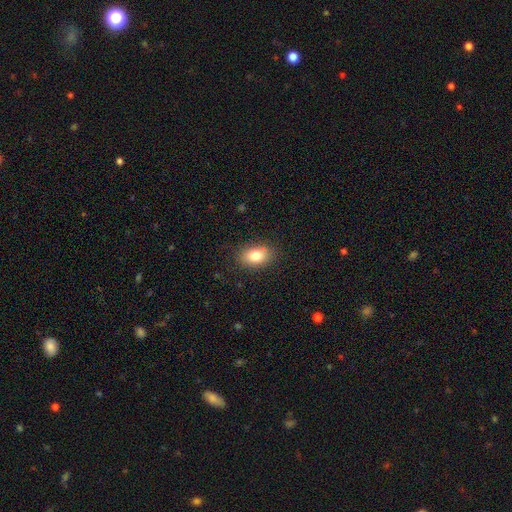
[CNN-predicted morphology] type=smooth (80%); roundness=in between (82%); merging=none (84%).